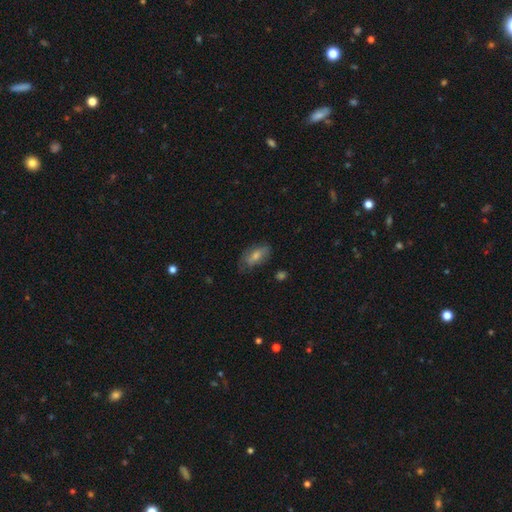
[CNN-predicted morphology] Q: Smooth or featured?
A: smooth (54%); runner-up: featured or disk (33%)
Q: How rounded?
A: in between (81%); runner-up: cigar-shaped (13%)
Q: Merging?
A: none (72%); runner-up: minor disturbance (21%)